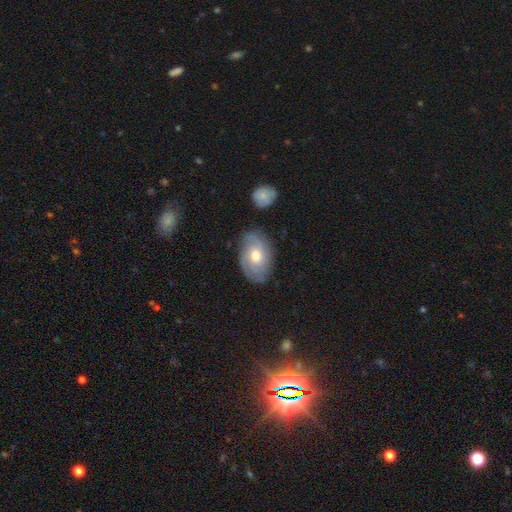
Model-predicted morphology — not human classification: type=featured or disk (65%); edge-on=no (95%); bar=no (74%); spiral arms=yes (84%); winding=tight (54%); arm count=can't tell (36%, tied with 2); bulge=moderate (74%); merging=none (76%).